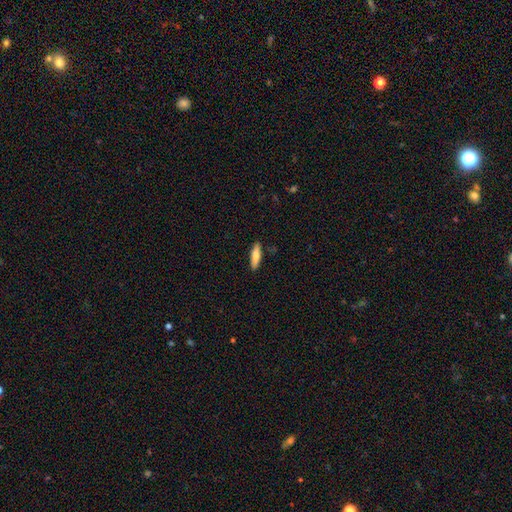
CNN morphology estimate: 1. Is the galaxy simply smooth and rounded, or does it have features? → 78% smooth, 17% featured or disk, 6% star or artifact.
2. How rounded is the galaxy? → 66% cigar-shaped, 32% in between, 2% round.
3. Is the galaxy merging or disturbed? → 88% none, 9% minor disturbance, 2% major disturbance, 1% merger.